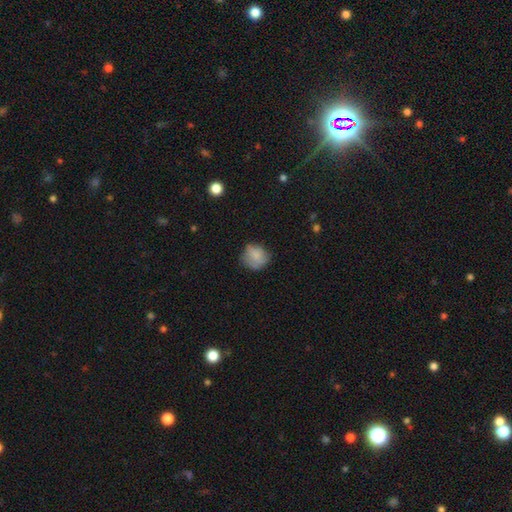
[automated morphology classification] type=smooth (80%); roundness=round (80%); merging=none (64%).